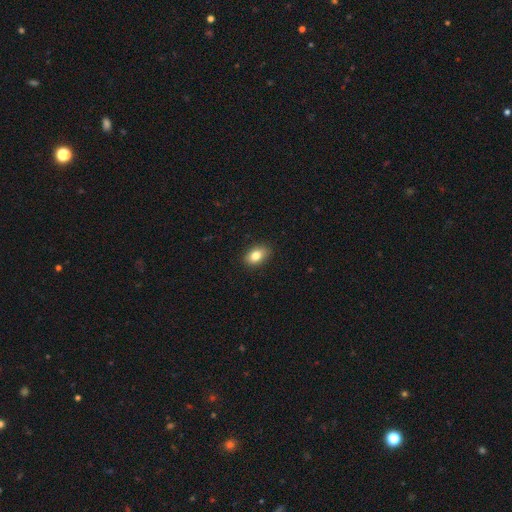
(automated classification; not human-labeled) smooth 82%, featured or disk 9%, star or artifact 9%. Down the decision tree: how rounded — in between (85%); merging — none (88%).